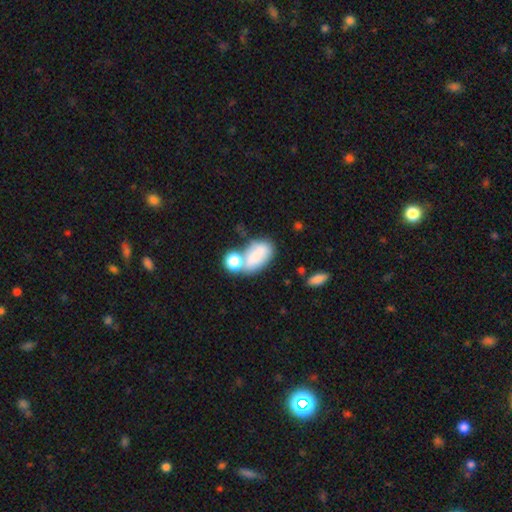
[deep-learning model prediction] Smooth or featured? Predicted: smooth (p=0.75). How rounded? Predicted: in between (p=0.86). Merging? Predicted: merger (p=0.41).